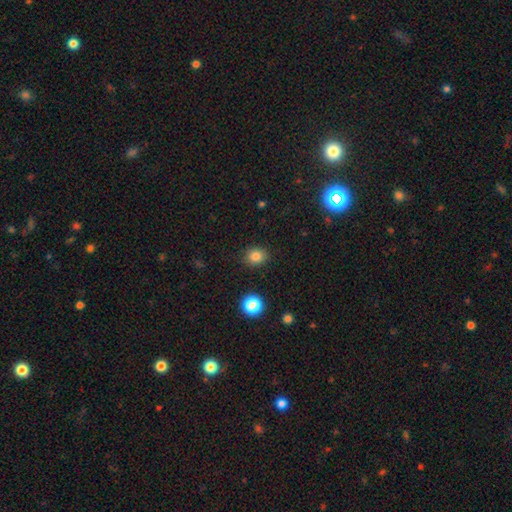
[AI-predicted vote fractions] A smooth galaxy with no disk features (83%) that is round (69%).

Vote fractions:
- Smooth or featured? smooth: 83% / star or artifact: 13% / featured or disk: 5%
- How rounded? round: 69% / in between: 30% / cigar-shaped: 1%
- Merging? none: 87% / minor disturbance: 8% / major disturbance: 3% / merger: 2%